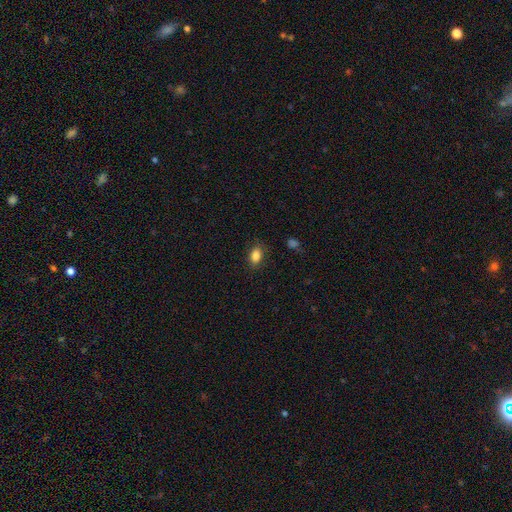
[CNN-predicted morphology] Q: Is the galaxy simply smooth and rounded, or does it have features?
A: smooth — 86%.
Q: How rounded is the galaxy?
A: in between — 81%.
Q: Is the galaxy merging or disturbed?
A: none — 84%.